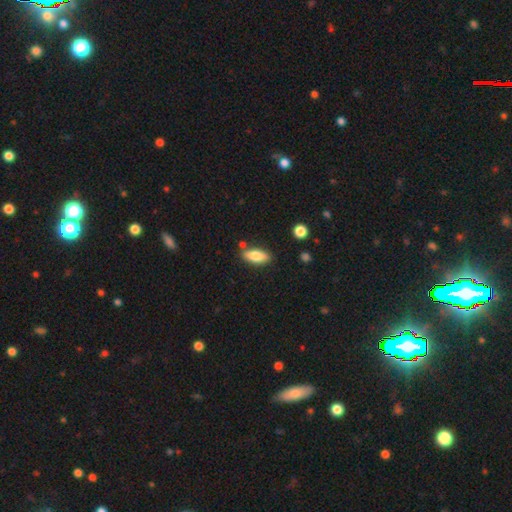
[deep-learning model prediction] This appears to be a smooth galaxy with no disk features (77%) that is in between round and cigar-shaped (76%). Merging: none (80%).